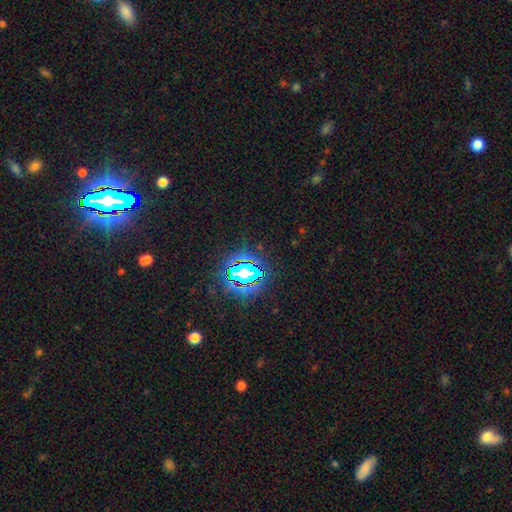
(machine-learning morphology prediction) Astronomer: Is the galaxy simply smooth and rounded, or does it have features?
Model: star or artifact — 82%.